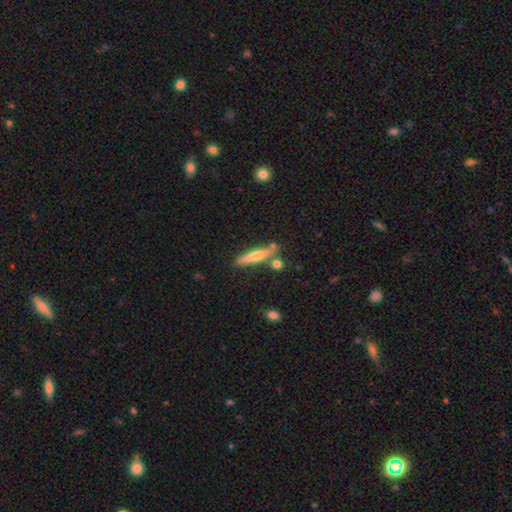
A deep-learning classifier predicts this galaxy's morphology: The model was most divided on "smooth or featured": smooth: 56%, featured or disk: 37%, star or artifact: 7%. More confident: how rounded — cigar-shaped (88%); merging — none (72%).